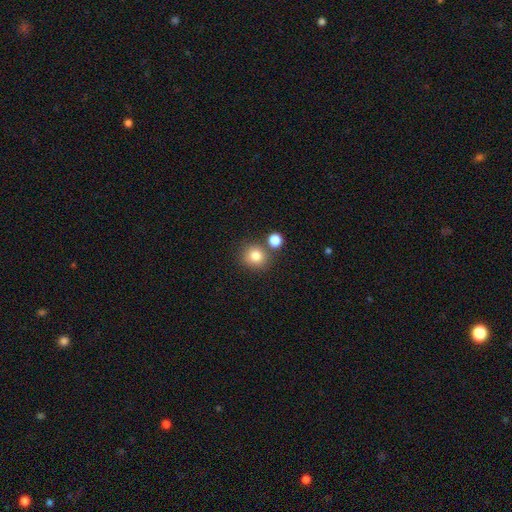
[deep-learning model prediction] Morphology: type=smooth (82%); roundness=round (86%); merging=none (73%).